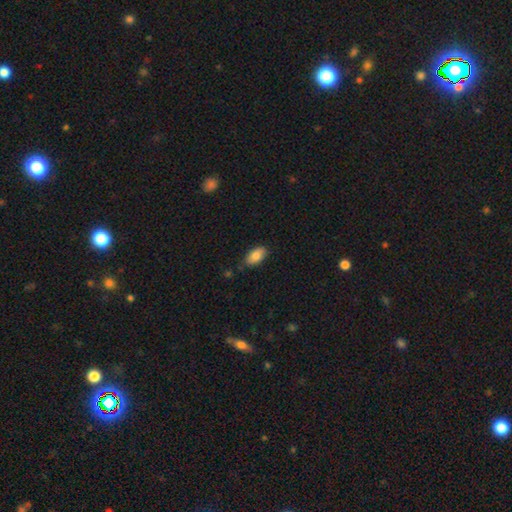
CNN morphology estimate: This appears to be a smooth galaxy with no disk features (84%) that is in between round and cigar-shaped (93%). Merging: none (78%).